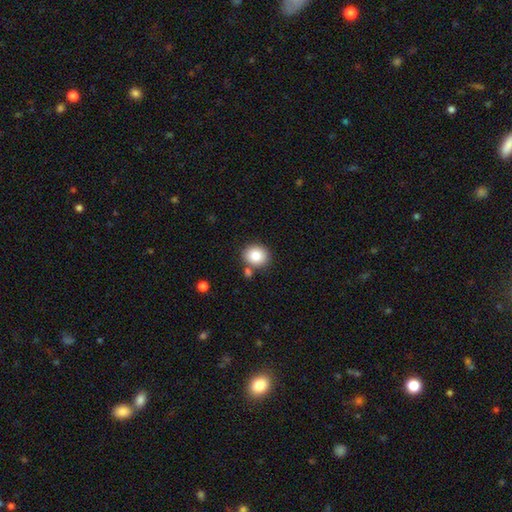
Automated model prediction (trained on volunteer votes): This appears to be a smooth galaxy with no disk features (82%) that is round (75%). Merging: none (77%).